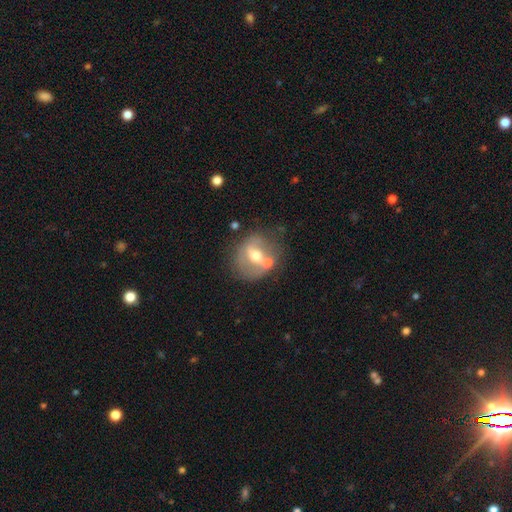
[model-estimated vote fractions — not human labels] A featured or disk galaxy (52%). Merging: none (51%).